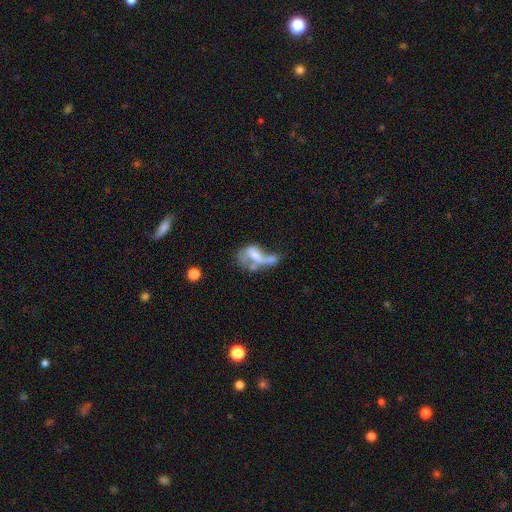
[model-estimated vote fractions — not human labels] Smooth or featured? featured or disk (57%)
Edge-on disk? no (95%)
Bar? no (56%)
Spiral arms? no (54%)
Bulge size? moderate (34%)
Merging? major disturbance (36%)